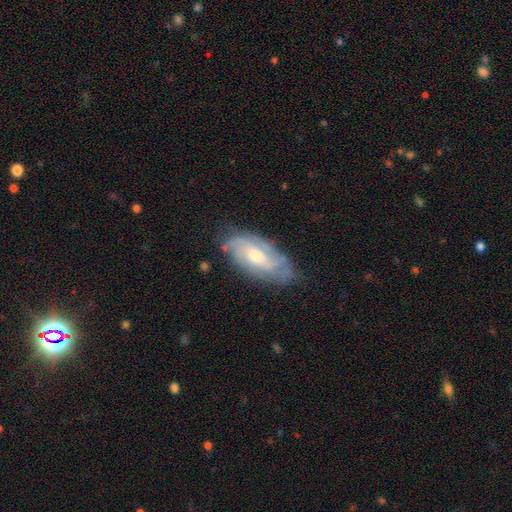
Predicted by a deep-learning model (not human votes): Overall: featured or disk (74%). Edge-on disk: no (90%). Bar: no (56%; weak 37%). Spiral arms: yes (89%). Spiral arm count: can't tell (40%; 2 26%). Spiral winding: tight (49%; medium 37%). Bulge size: moderate (58%; small 34%). Merging: none (72%).